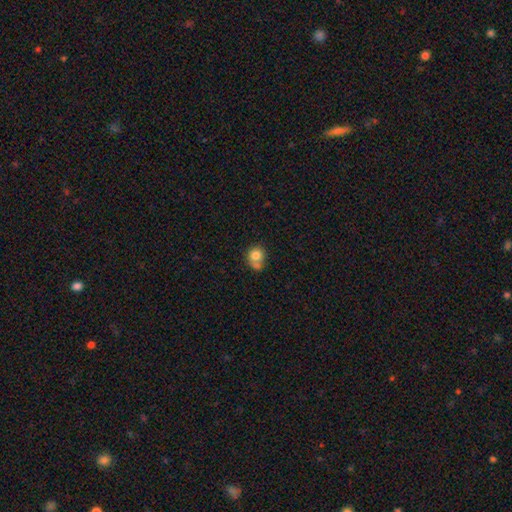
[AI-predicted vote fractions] Smooth or featured? smooth (79%)
How rounded? round (80%)
Merging? none (43%)